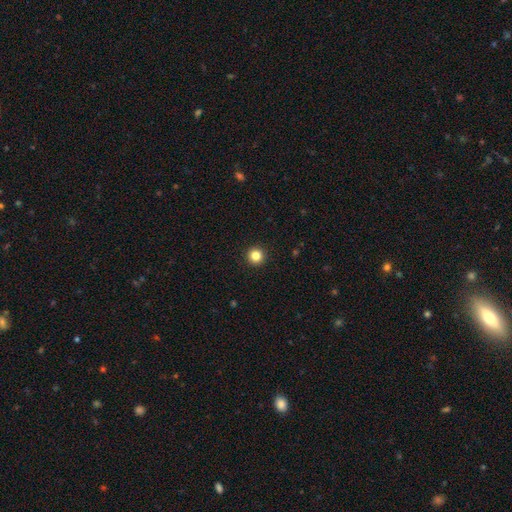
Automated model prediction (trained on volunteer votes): The model was most divided on "smooth or featured": smooth: 83%, star or artifact: 12%, featured or disk: 5%. More confident: how rounded — round (96%); merging — none (94%).